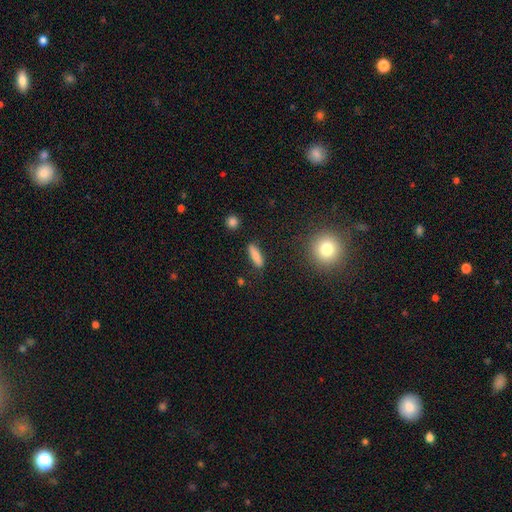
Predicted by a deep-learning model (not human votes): This appears to be a smooth galaxy with no disk features (81%) that is cigar-shaped (67%). Merging: none (85%).